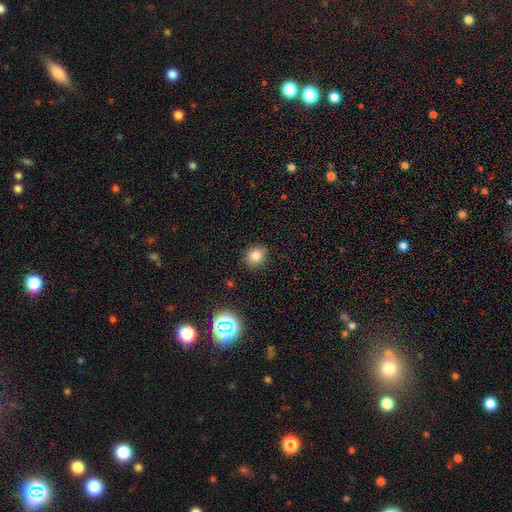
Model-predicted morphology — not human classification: smooth 82%, star or artifact 13%, featured or disk 5%. Down the decision tree: how rounded — round (71%); merging — none (83%).